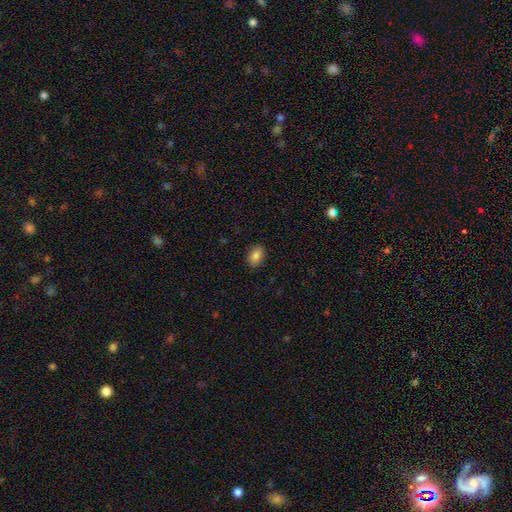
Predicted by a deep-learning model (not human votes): Smooth or featured? Predicted: smooth (p=0.85). How rounded? Predicted: in between (p=0.84). Merging? Predicted: none (p=0.88).